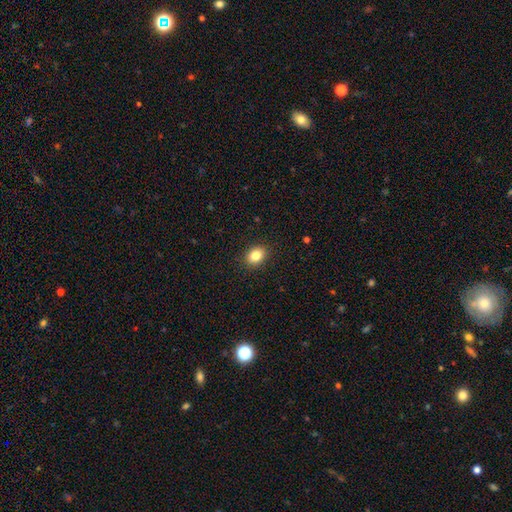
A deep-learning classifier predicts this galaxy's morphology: smooth-or-featured: smooth: 84% | star or artifact: 9% | featured or disk: 7%
  how-rounded: in between: 63% | round: 36% | cigar-shaped: 1%
  merging: none: 90% | minor disturbance: 7% | major disturbance: 2% | merger: 1%